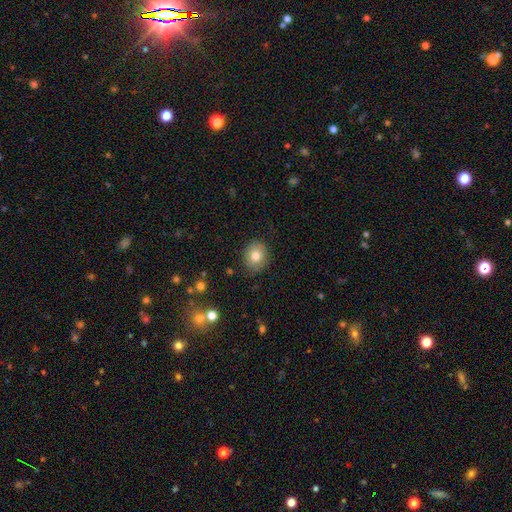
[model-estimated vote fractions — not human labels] This is clearly a smooth galaxy (80%). How rounded: likely round (65%). Merging: clearly none (83%).